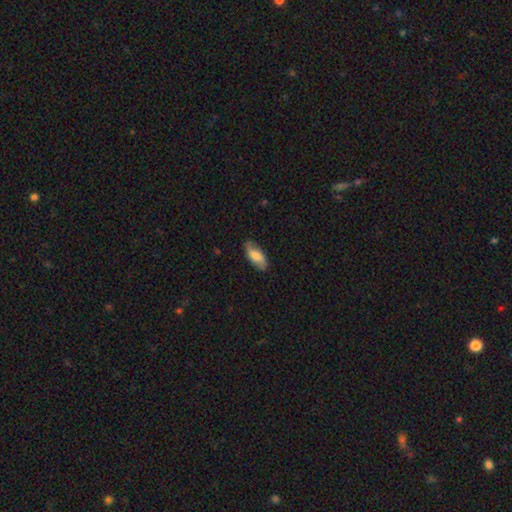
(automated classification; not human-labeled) smooth_or_featured: smooth (p=0.63) [alt: featured or disk p=0.30]
how_rounded: in between (p=0.83) [alt: cigar-shaped p=0.15]
merging: none (p=0.81) [alt: minor disturbance p=0.15]